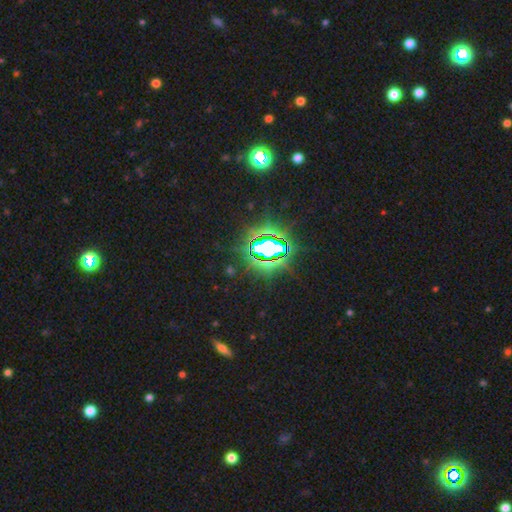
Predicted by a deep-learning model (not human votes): Q: Smooth or featured?
A: star or artifact (83%); runner-up: smooth (10%)